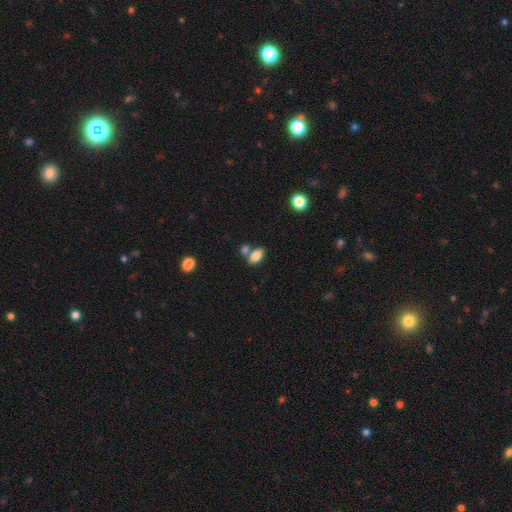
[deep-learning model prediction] Smooth or featured?
  - smooth: 83% *
  - star or artifact: 8%
  - featured or disk: 8%
How rounded?
  - in between: 90% *
  - round: 7%
  - cigar-shaped: 3%
Merging?
  - none: 56% *
  - merger: 29%
  - minor disturbance: 11%
  - major disturbance: 4%